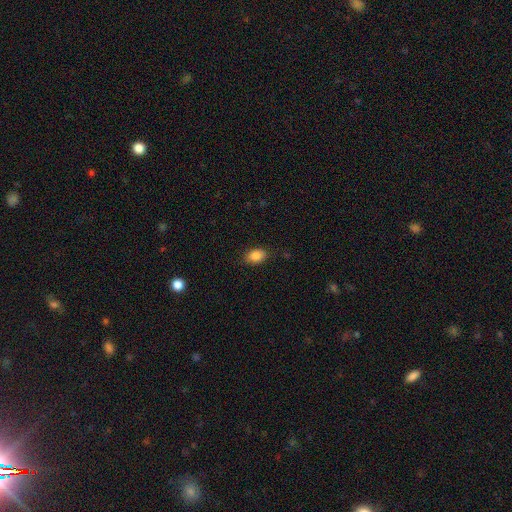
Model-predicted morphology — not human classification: A smooth galaxy with no disk features (86%) that is in between round and cigar-shaped (81%).

Vote fractions:
- Smooth or featured? smooth: 86% / star or artifact: 9% / featured or disk: 5%
- How rounded? in between: 81% / round: 17% / cigar-shaped: 1%
- Merging? none: 84% / minor disturbance: 12% / major disturbance: 3% / merger: 1%